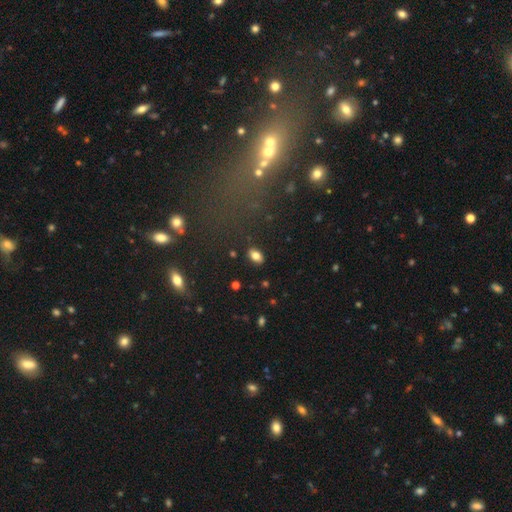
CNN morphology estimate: smooth-or-featured: smooth: 81% | star or artifact: 10% | featured or disk: 10%
  how-rounded: in between: 91% | round: 7% | cigar-shaped: 2%
  merging: none: 88% | minor disturbance: 9% | major disturbance: 2% | merger: 1%